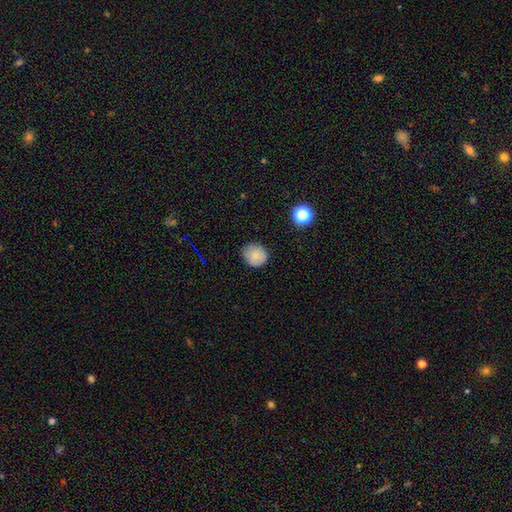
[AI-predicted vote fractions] smooth-or-featured: smooth: 82% | star or artifact: 10% | featured or disk: 8%
  how-rounded: round: 82% | in between: 17% | cigar-shaped: 1%
  merging: none: 80% | minor disturbance: 15% | major disturbance: 3% | merger: 1%